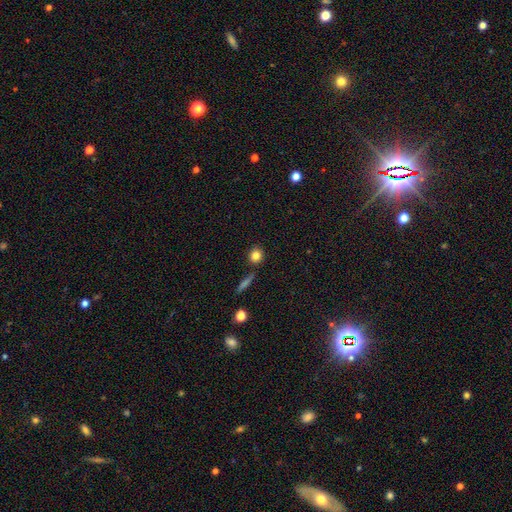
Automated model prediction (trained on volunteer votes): smooth_or_featured: smooth (p=0.82) [alt: star or artifact p=0.10]
how_rounded: round (p=0.84) [alt: in between p=0.13]
merging: none (p=0.83) [alt: minor disturbance p=0.09]